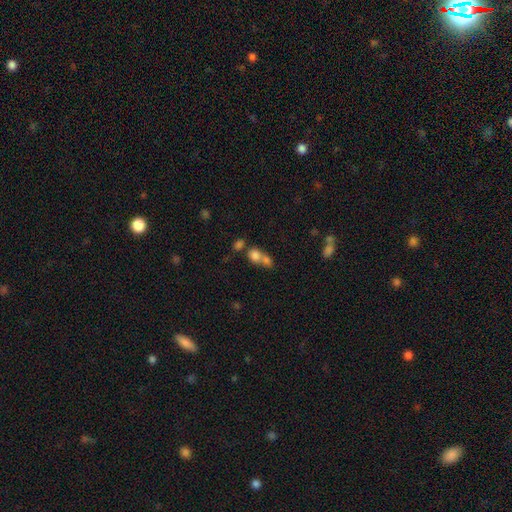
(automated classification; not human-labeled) A smooth galaxy with no disk features (76%) that is round (63%). Merging: merger (62%).